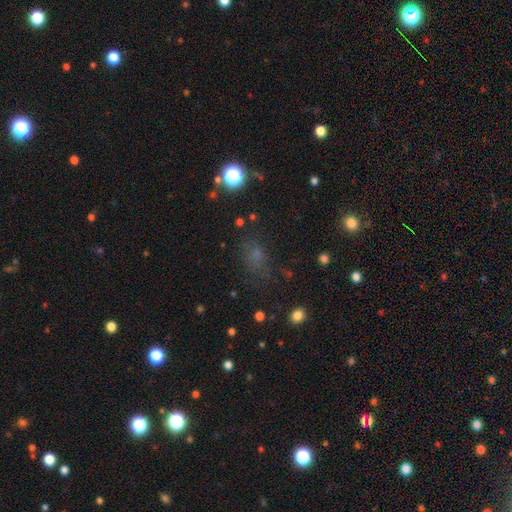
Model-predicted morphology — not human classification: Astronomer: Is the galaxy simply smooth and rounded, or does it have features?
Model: smooth — 57%.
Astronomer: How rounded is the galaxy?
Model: in between — 61% (runner-up: round, 36%).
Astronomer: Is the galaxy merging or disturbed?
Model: none — 69%.